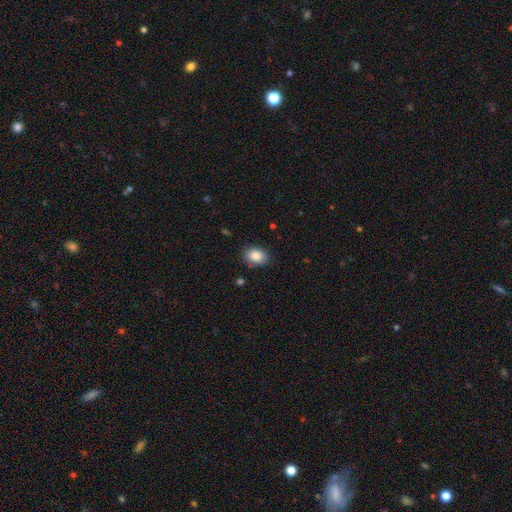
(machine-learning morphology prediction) A smooth galaxy with no disk features (86%) that is in between round and cigar-shaped (63%). Merging: none (85%).